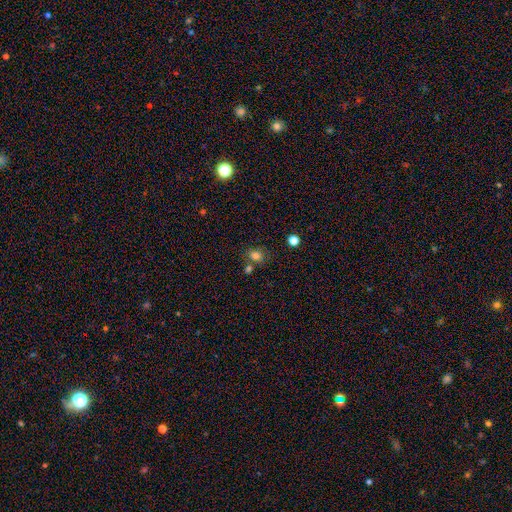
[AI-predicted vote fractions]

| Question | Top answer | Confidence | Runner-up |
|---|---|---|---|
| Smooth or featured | smooth | 79% | star or artifact (14%) |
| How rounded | round | 60% | in between (39%) |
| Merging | none | 62% | merger (18%) |